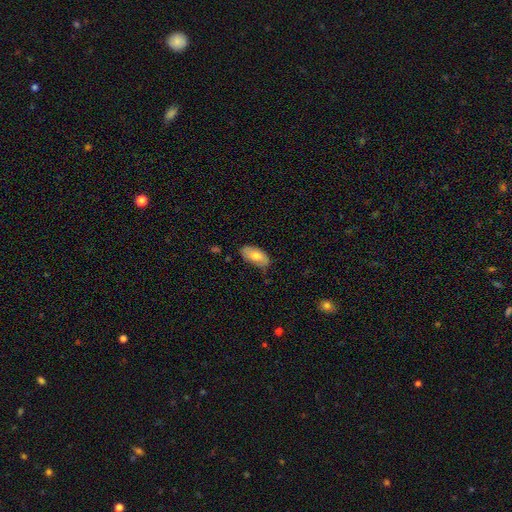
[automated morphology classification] The model was most divided on "merging": none: 68%, minor disturbance: 26%, major disturbance: 4%, merger: 2%. More confident: how rounded — in between (92%); smooth or featured — smooth (73%).